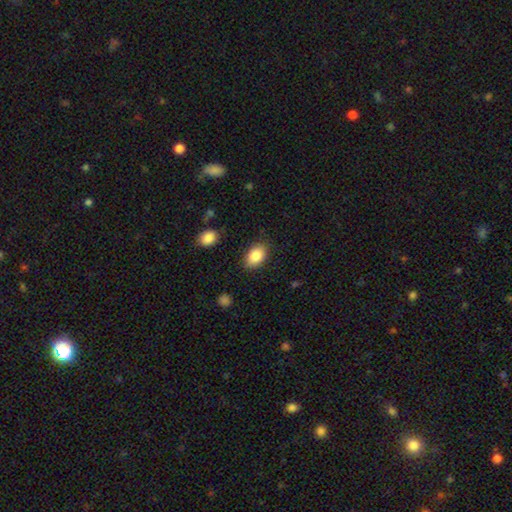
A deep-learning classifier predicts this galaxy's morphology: Q: Smooth or featured?
A: smooth (86%); runner-up: star or artifact (7%)
Q: How rounded?
A: in between (88%); runner-up: round (11%)
Q: Merging?
A: none (84%); runner-up: minor disturbance (12%)